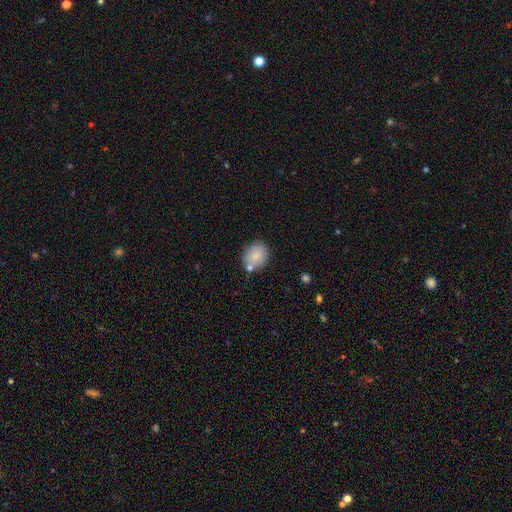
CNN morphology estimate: A smooth galaxy with no disk features (81%) that is round (66%).

Vote fractions:
- Smooth or featured? smooth: 81% / featured or disk: 11% / star or artifact: 8%
- How rounded? round: 66% / in between: 33% / cigar-shaped: 1%
- Merging? none: 71% / minor disturbance: 14% / merger: 12% / major disturbance: 3%